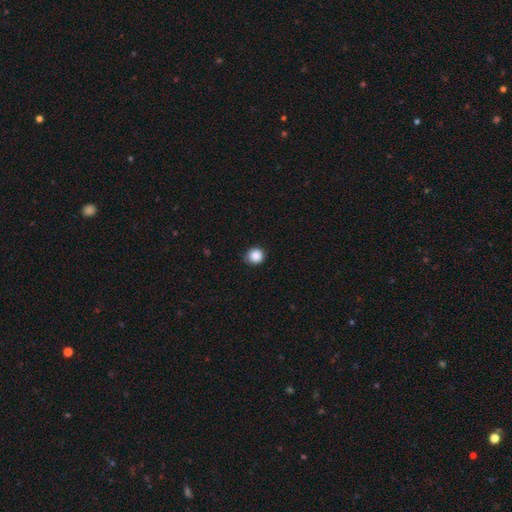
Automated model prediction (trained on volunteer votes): Smooth or featured? smooth (87%)
How rounded? round (89%)
Merging? none (78%)